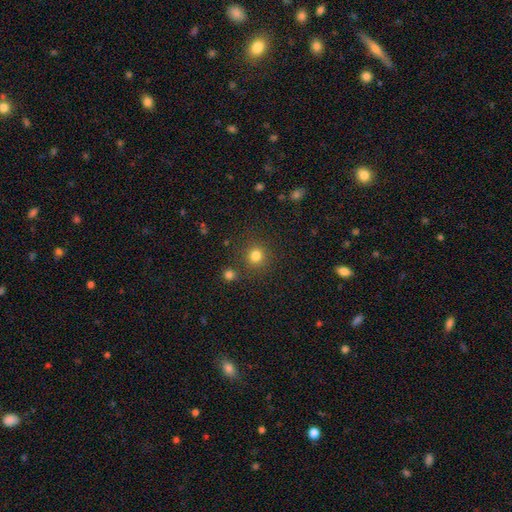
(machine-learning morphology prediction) Smooth or featured: smooth — 80% (star or artifact — 14%)
How rounded: round — 92% (in between — 8%)
Merging: none — 83% (minor disturbance — 8%)